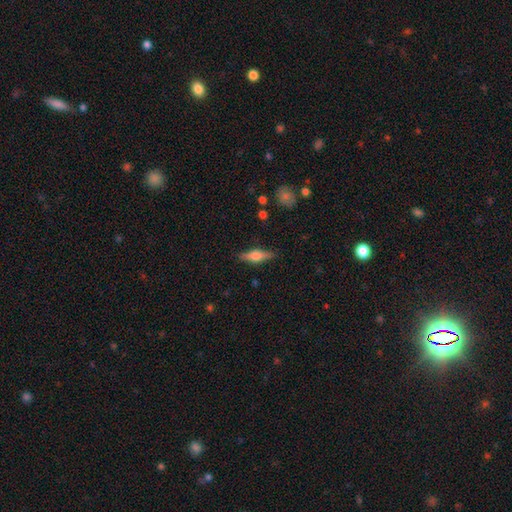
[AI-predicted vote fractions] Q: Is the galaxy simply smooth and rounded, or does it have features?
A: featured or disk — 53%.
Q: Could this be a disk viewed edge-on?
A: yes — 95%.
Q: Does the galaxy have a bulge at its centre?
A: rounded — 86%.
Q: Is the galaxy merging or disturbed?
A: none — 87%.